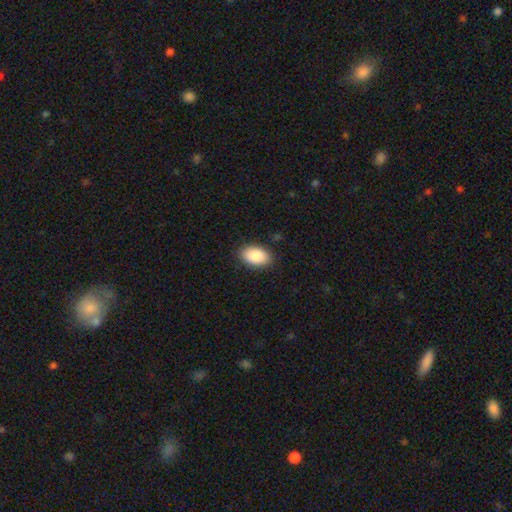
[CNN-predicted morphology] Smooth or featured: smooth — 88% (star or artifact — 7%)
How rounded: in between — 93% (round — 6%)
Merging: none — 88% (minor disturbance — 9%)